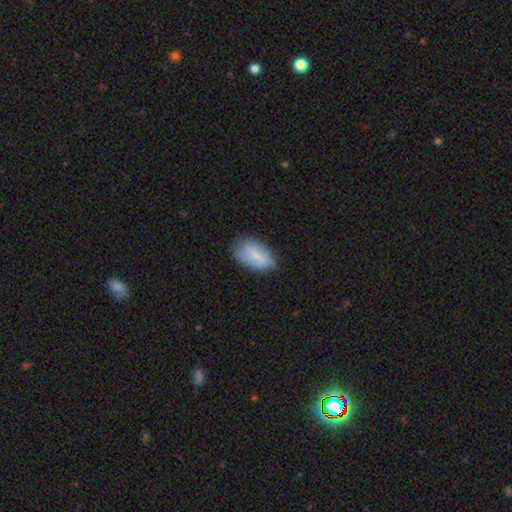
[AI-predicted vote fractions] A smooth galaxy with no disk features (71%) that is in between round and cigar-shaped (93%).

Vote fractions:
- Smooth or featured? smooth: 71% / featured or disk: 23% / star or artifact: 7%
- How rounded? in between: 93% / round: 4% / cigar-shaped: 3%
- Merging? none: 74% / minor disturbance: 20% / major disturbance: 4% / merger: 1%